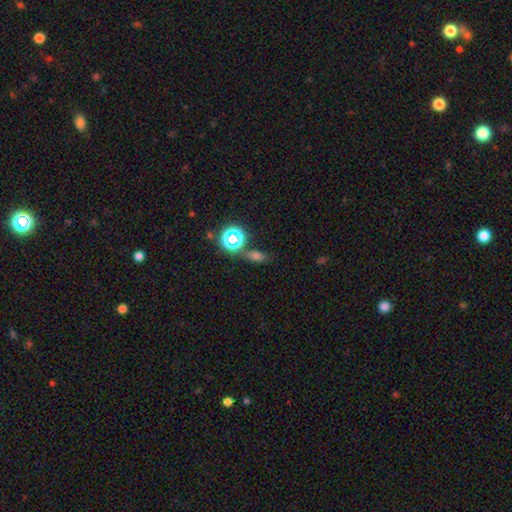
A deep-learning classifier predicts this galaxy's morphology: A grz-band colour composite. It shows a smooth galaxy with no disk features (57%) that is in between round and cigar-shaped (65%). Merging: none (70%).